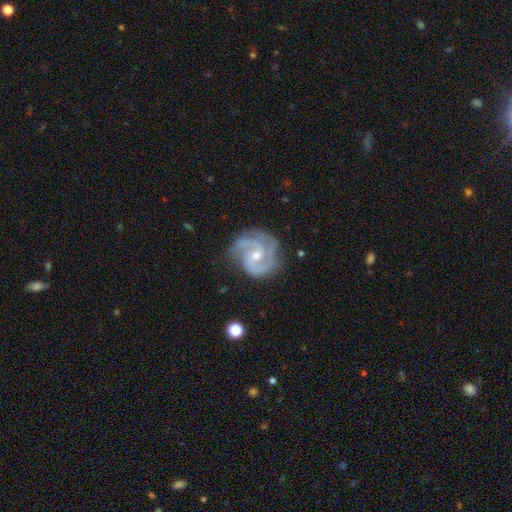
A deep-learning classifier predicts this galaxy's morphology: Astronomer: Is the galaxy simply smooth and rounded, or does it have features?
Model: featured or disk — 90%.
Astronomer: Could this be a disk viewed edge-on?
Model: no — 98%.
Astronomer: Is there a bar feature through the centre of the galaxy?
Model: no — 52% (runner-up: weak, 40%).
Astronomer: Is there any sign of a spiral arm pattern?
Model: yes — 98%.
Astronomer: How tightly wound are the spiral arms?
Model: medium — 53% (runner-up: tight, 36%).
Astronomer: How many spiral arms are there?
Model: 2 — 43% (runner-up: 3, 40%).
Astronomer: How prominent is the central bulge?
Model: small — 53% (runner-up: moderate, 43%).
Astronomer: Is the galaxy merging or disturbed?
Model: none — 72%.